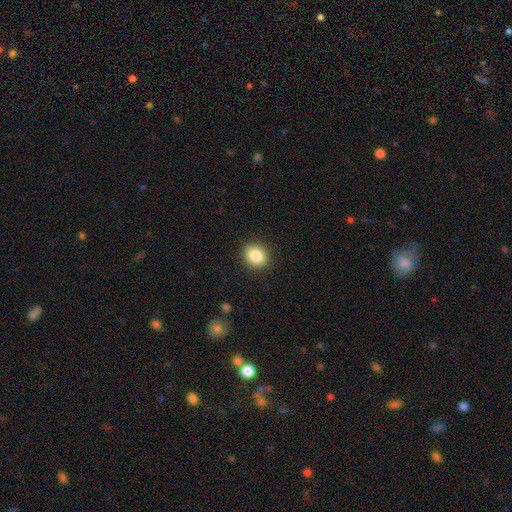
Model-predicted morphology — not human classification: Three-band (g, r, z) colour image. It shows a smooth galaxy with no disk features (85%) that is round (66%). Merging: none (90%).